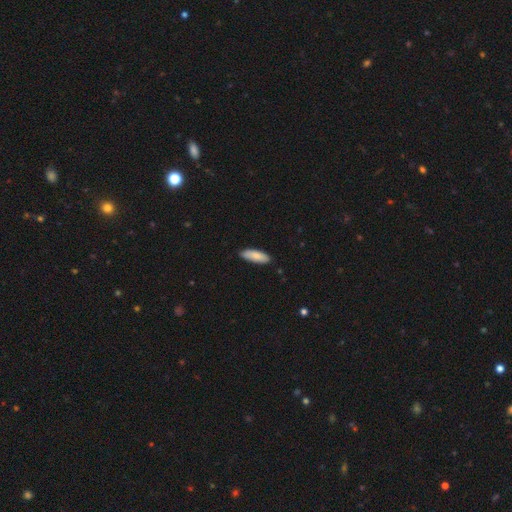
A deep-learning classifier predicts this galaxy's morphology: This appears to be a smooth galaxy with no disk features (86%) that is in between round and cigar-shaped (59%). Merging: none (86%).